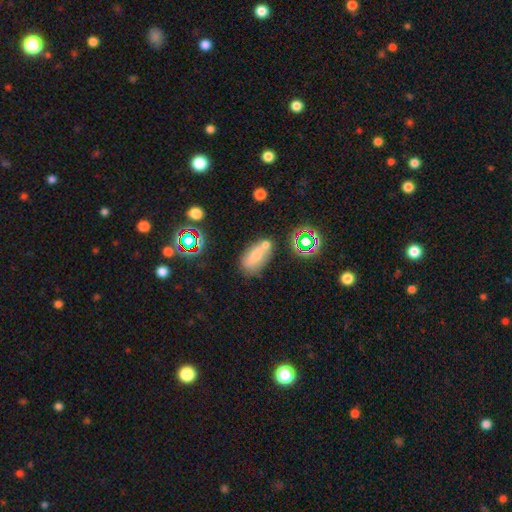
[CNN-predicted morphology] type=smooth (64%); roundness=in between (84%); merging=none (53%).